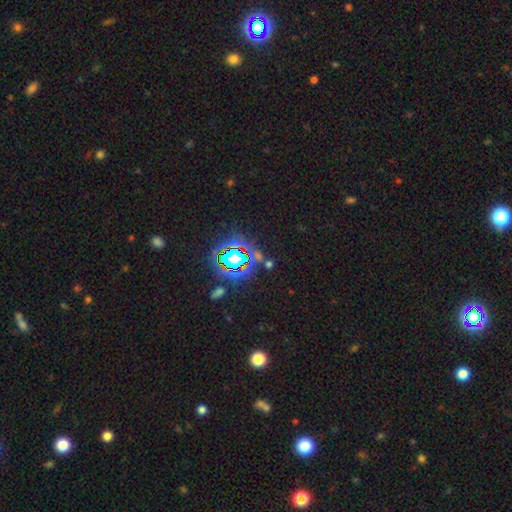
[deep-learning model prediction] This appears to be a star or artifact, not a galaxy (77%).